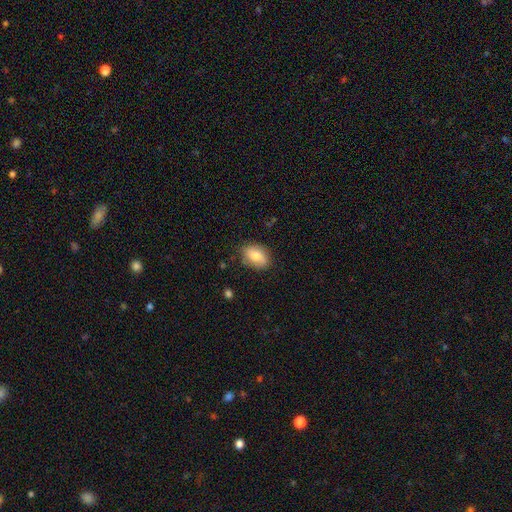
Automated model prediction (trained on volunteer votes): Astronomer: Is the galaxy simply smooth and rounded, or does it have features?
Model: smooth — 79%.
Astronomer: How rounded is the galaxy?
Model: in between — 82%.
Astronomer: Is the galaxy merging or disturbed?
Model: none — 79%.